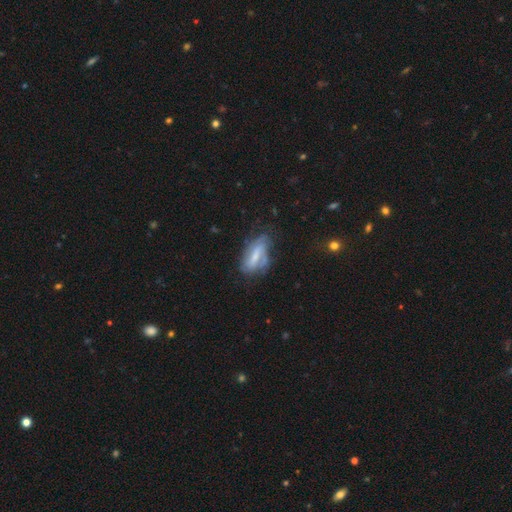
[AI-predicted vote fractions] Smooth or featured? featured or disk (58%)
Edge-on disk? no (89%)
Bar? weak (40%)
Spiral arms? yes (75%)
Bulge size? small (36%)
Merging? none (49%)